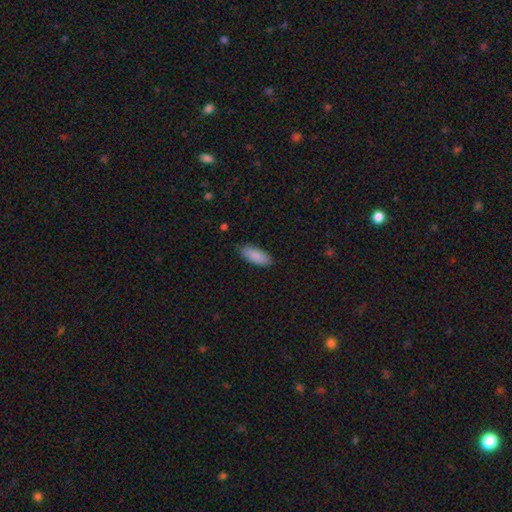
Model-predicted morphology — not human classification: Smooth or featured? Predicted: smooth (p=0.88). How rounded? Predicted: in between (p=0.80). Merging? Predicted: none (p=0.85).